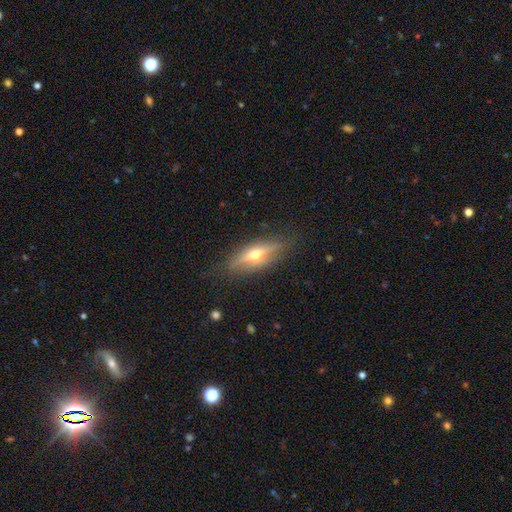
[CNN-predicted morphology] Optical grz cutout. It shows a featured or disk galaxy (61%) viewed edge-on (86%) with a rounded central bulge (94%). Merging: none (83%).